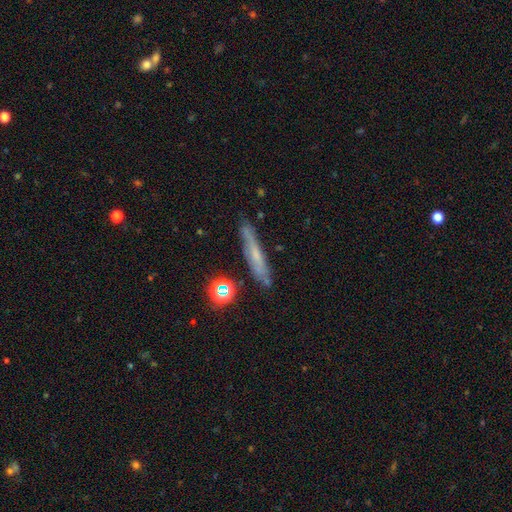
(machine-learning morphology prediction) smooth-or-featured: featured or disk: 47% | smooth: 42% | star or artifact: 11%
  merging: none: 80% | minor disturbance: 14% | major disturbance: 3% | merger: 3%